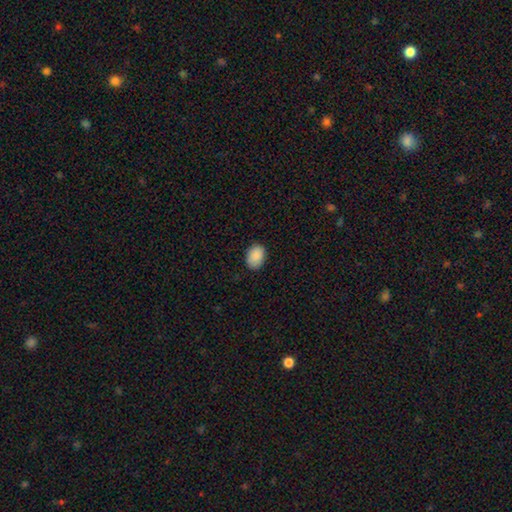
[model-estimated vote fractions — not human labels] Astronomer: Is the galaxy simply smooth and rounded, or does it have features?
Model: smooth — 90%.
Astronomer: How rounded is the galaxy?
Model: in between — 79%.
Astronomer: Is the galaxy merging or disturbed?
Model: none — 87%.